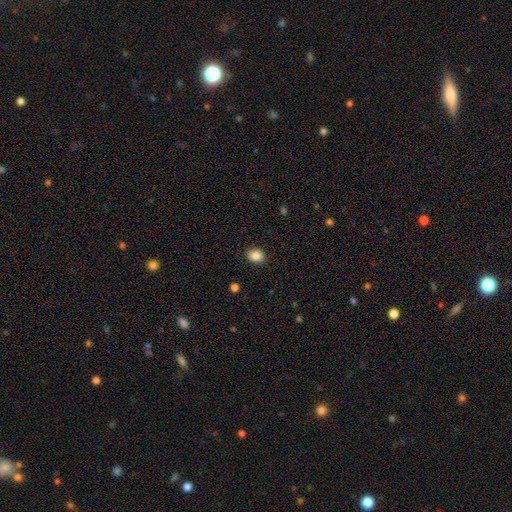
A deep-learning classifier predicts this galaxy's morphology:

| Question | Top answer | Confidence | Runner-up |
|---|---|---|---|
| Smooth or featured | smooth | 86% | star or artifact (9%) |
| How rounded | round | 55% | in between (44%) |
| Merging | none | 90% | minor disturbance (7%) |